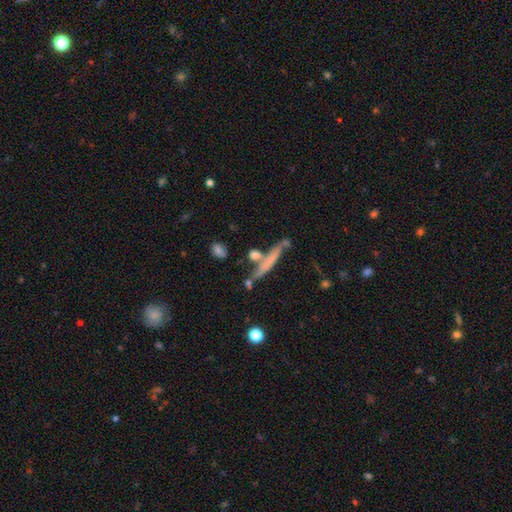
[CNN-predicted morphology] smooth_or_featured: smooth (p=0.56) [alt: featured or disk p=0.34]
how_rounded: cigar-shaped (p=0.80) [alt: in between p=0.11]
merging: none (p=0.60) [alt: merger p=0.17]